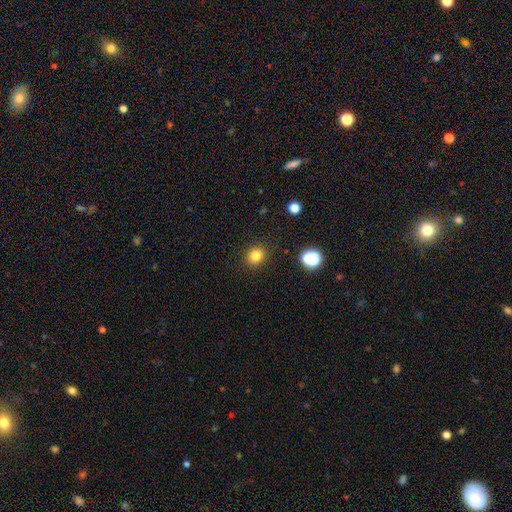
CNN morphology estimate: type=smooth (82%); roundness=round (74%); merging=none (89%).